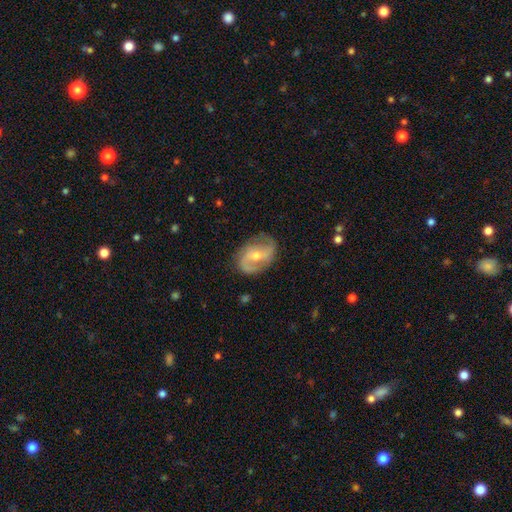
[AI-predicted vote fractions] The model was most divided on "bulge size": moderate: 51%, small: 45%, large: 2%, none: 1%, dominant: 1%. Remaining: edge-on disk — no (97%); spiral arms — yes (94%); spiral arm count — 2 (89%); smooth or featured — featured or disk (84%); merging — none (79%); spiral winding — medium (46%); bar — weak (43%).